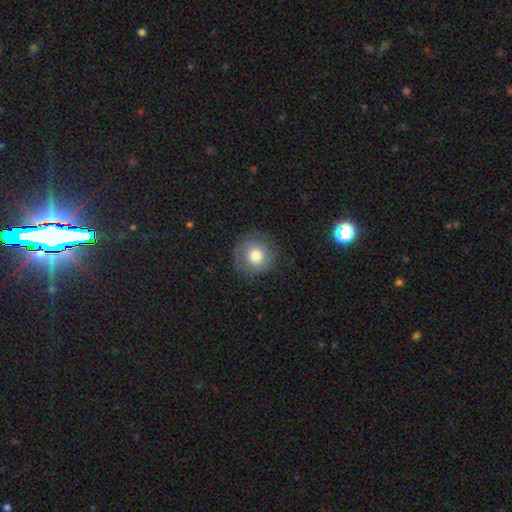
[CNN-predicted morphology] Smooth or featured? smooth (72%)
How rounded? round (93%)
Merging? none (78%)